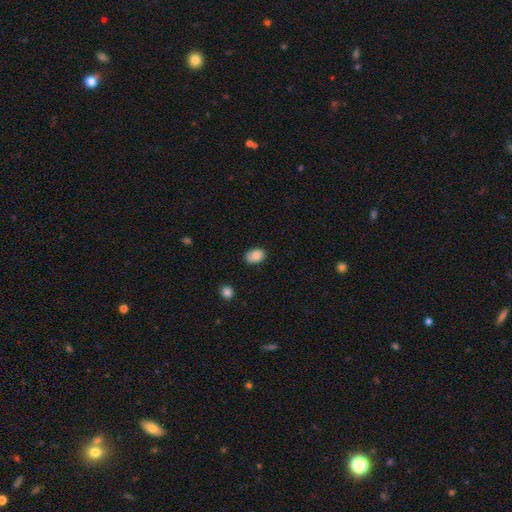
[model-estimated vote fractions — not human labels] smooth-or-featured: smooth: 82% | featured or disk: 9% | star or artifact: 8%
  how-rounded: in between: 73% | round: 26% | cigar-shaped: 1%
  merging: none: 69% | minor disturbance: 24% | major disturbance: 5% | merger: 2%